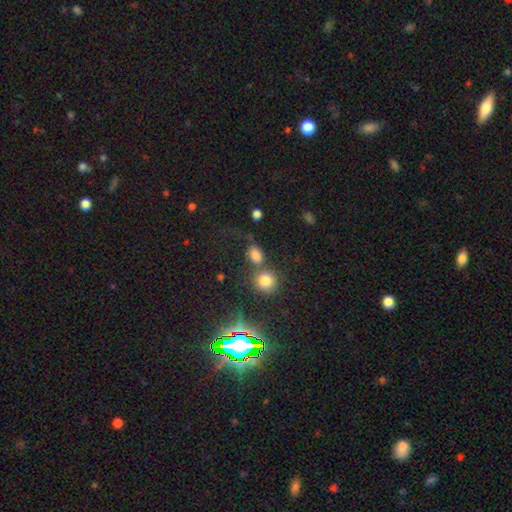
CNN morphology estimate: Smooth or featured?
  - smooth: 65% *
  - star or artifact: 25%
  - featured or disk: 10%
How rounded?
  - round: 50% *
  - in between: 47%
  - cigar-shaped: 3%
Merging?
  - none: 47% *
  - merger: 30%
  - minor disturbance: 12%
  - major disturbance: 11%